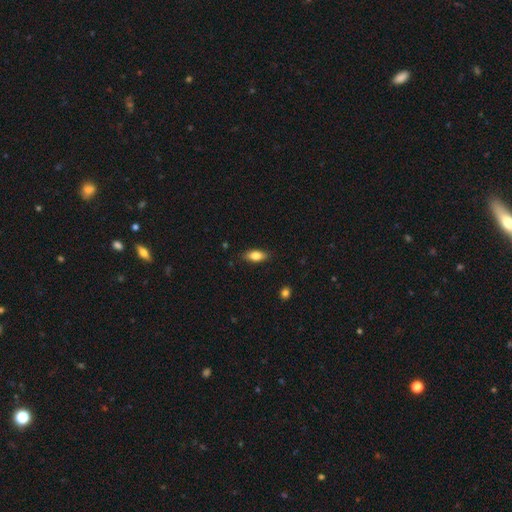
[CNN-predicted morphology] This is clearly a smooth galaxy (80%). How rounded: clearly in between (84%). Merging: clearly none (86%).